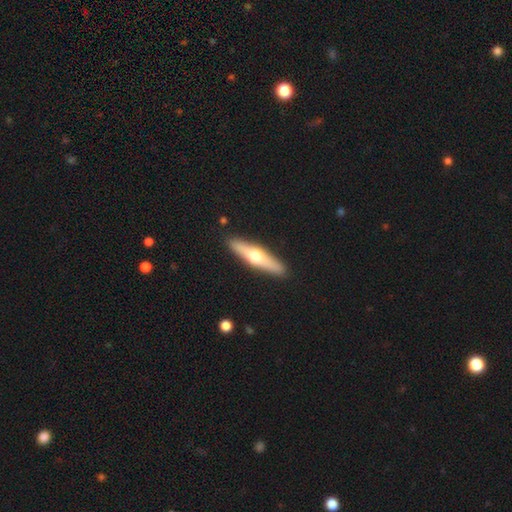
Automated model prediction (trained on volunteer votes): A featured or disk galaxy (52%) viewed edge-on (92%).

Vote fractions:
- Smooth or featured? featured or disk: 52% / smooth: 43% / star or artifact: 5%
- Edge-on disk? yes: 92% / no: 8%
- Merging? none: 91% / minor disturbance: 7% / major disturbance: 2% / merger: 1%